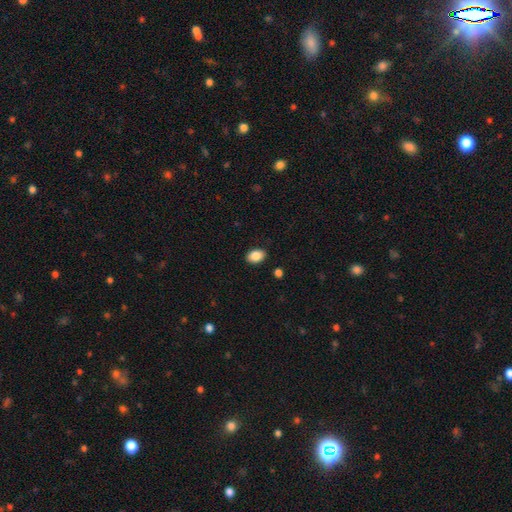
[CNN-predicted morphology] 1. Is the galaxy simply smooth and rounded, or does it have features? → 87% smooth, 8% star or artifact, 5% featured or disk.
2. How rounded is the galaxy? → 82% in between, 17% round, 1% cigar-shaped.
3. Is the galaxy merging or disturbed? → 88% none, 8% minor disturbance, 2% major disturbance, 1% merger.